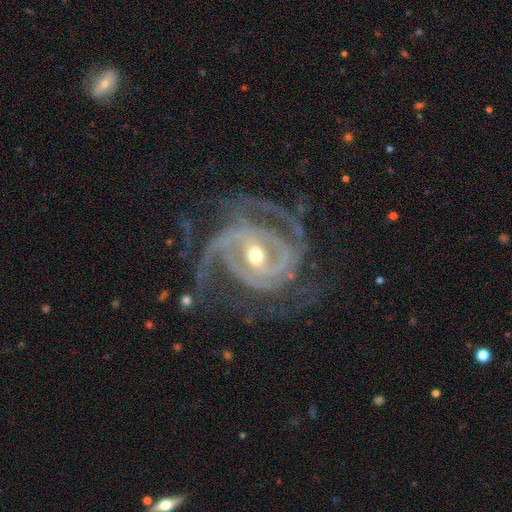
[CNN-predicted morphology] featured or disk 92%, star or artifact 5%, smooth 3%. Down the decision tree: edge-on disk — no (98%); bar — weak (38%); spiral arms — yes (97%); spiral arm count — 2 (43%); spiral winding — medium (44%); bulge size — moderate (64%); merging — none (57%).